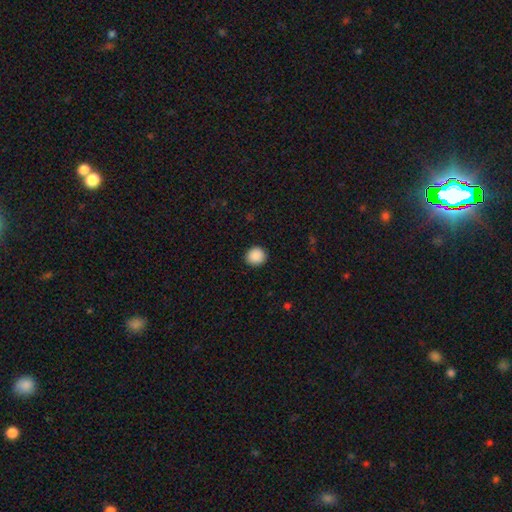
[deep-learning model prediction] This appears to be a smooth galaxy with no disk features (90%) that is round (88%). Merging: none (91%).